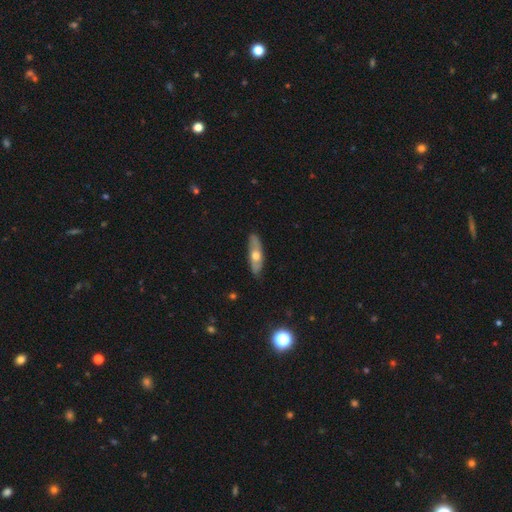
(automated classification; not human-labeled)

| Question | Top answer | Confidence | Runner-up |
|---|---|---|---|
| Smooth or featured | smooth | 50% | featured or disk (45%) |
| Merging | none | 84% | minor disturbance (12%) |